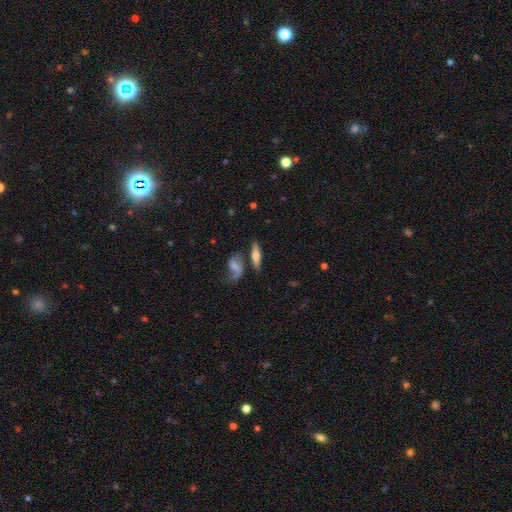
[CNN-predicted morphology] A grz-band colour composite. It shows a smooth galaxy with no disk features (51%) that is cigar-shaped (54%). Merging: none (59%).